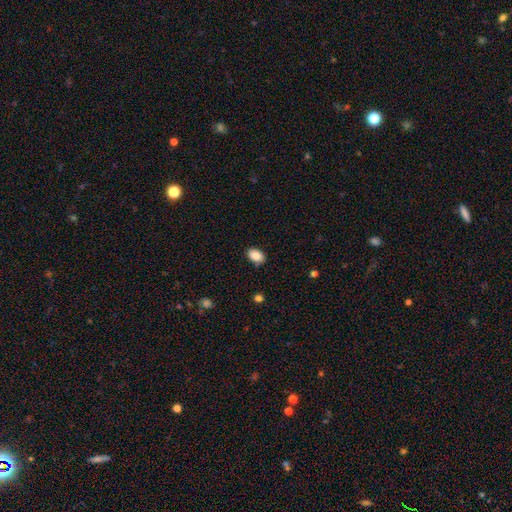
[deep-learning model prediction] smooth 89%, star or artifact 8%, featured or disk 4%. Down the decision tree: how rounded — in between (87%); merging — none (84%).